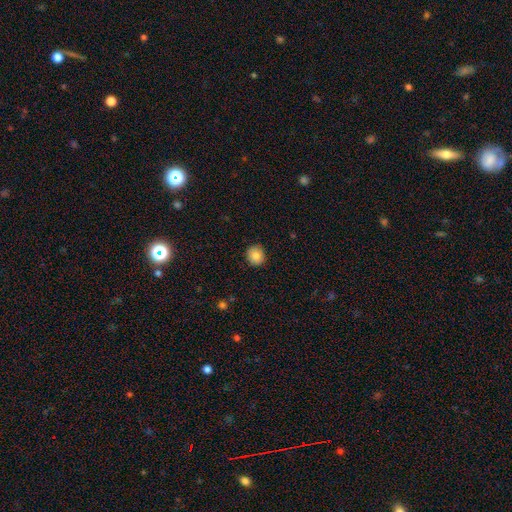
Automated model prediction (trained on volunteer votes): The model was most divided on "how rounded": round: 87%, in between: 12%, cigar-shaped: 1%. More confident: merging — none (89%); smooth or featured — smooth (85%).